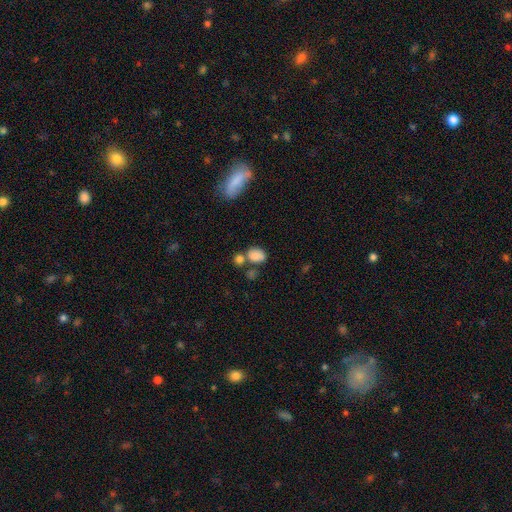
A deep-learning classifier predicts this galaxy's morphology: A smooth galaxy with no disk features (82%) that is in between round and cigar-shaped (65%).

Vote fractions:
- Smooth or featured? smooth: 82% / star or artifact: 11% / featured or disk: 8%
- How rounded? in between: 65% / round: 34% / cigar-shaped: 1%
- Merging? none: 46% / merger: 32% / minor disturbance: 15% / major disturbance: 7%